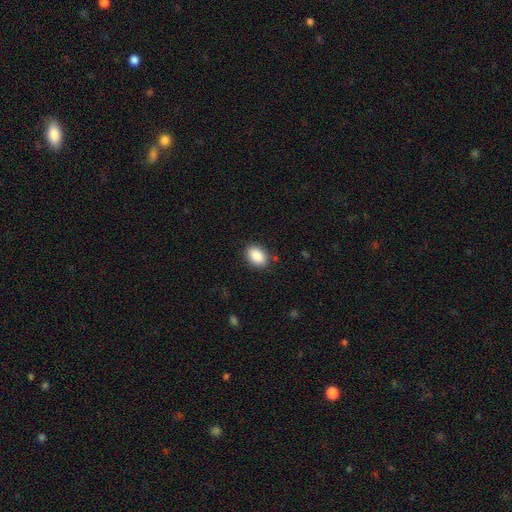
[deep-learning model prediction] Smooth or featured?
  - smooth: 89% *
  - star or artifact: 7%
  - featured or disk: 4%
How rounded?
  - in between: 86% *
  - round: 13%
  - cigar-shaped: 1%
Merging?
  - none: 86% *
  - minor disturbance: 10%
  - major disturbance: 3%
  - merger: 1%